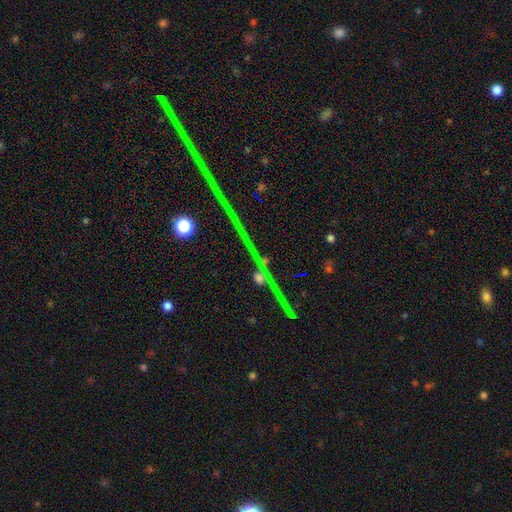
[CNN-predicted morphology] star or artifact 60%, featured or disk 28%, smooth 11%.